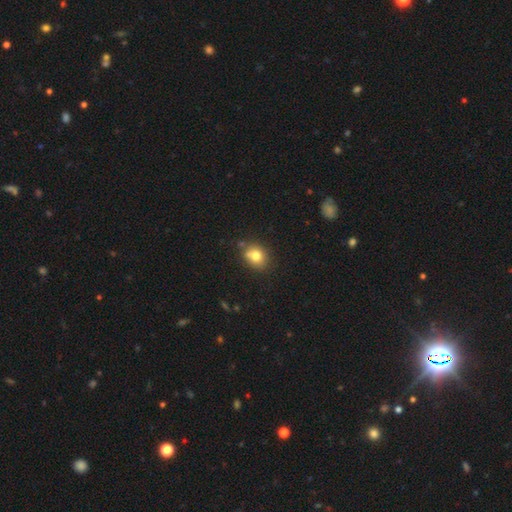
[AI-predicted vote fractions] Q: Smooth or featured?
A: smooth (78%); runner-up: featured or disk (11%)
Q: How rounded?
A: round (61%); runner-up: in between (38%)
Q: Merging?
A: none (68%); runner-up: minor disturbance (17%)